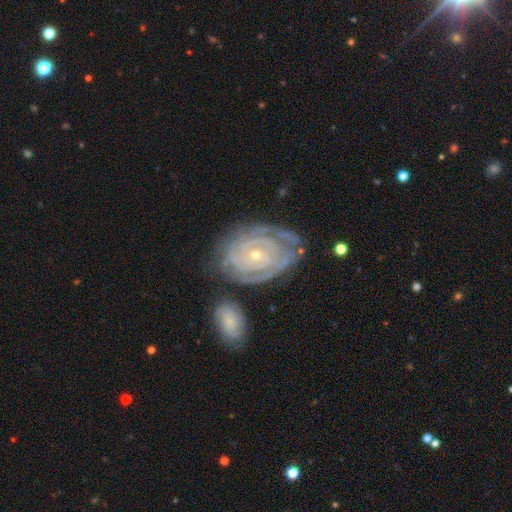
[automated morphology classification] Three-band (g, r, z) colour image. It shows a featured or disk galaxy (86%) with no bar (76%), tight (84%) spiral arms (94%) and a small central bulge (77%). Merging: none (64%).